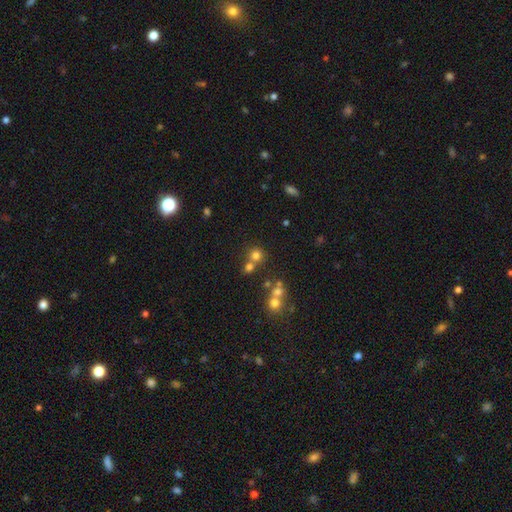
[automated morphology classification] This is likely a smooth galaxy (71%). How rounded: clearly round (89%). Merging: possibly none (59%).